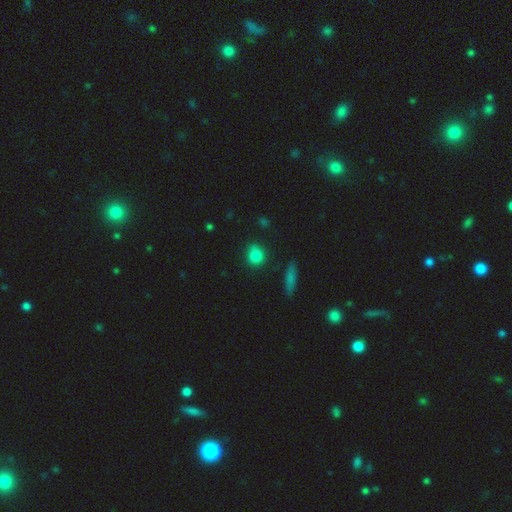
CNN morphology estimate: Smooth or featured: smooth — 83% (star or artifact — 10%)
How rounded: round — 77% (in between — 20%)
Merging: none — 80% (minor disturbance — 14%)